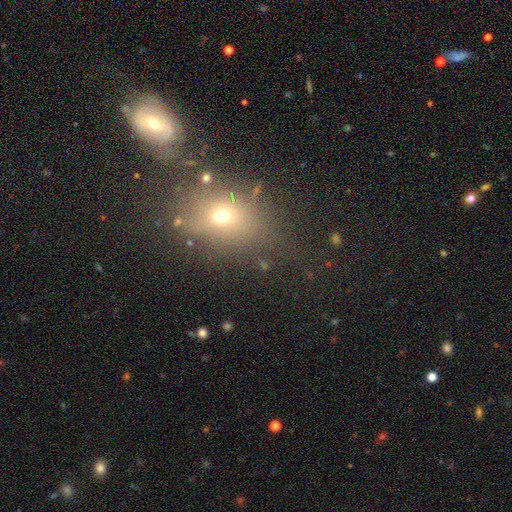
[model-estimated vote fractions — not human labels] Overall: smooth (51%; star or artifact 34%). How rounded: in between (54%; round 44%). Merging: none (62%).